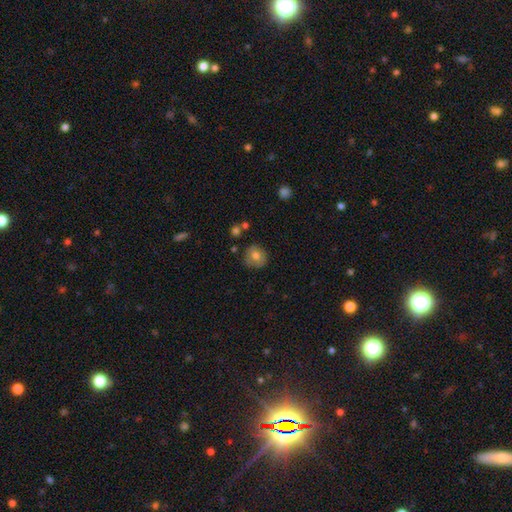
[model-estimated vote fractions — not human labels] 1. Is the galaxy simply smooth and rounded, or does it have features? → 67% smooth, 24% featured or disk, 9% star or artifact.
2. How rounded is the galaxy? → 87% round, 12% in between, 1% cigar-shaped.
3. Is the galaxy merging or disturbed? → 79% none, 15% minor disturbance, 4% major disturbance, 3% merger.